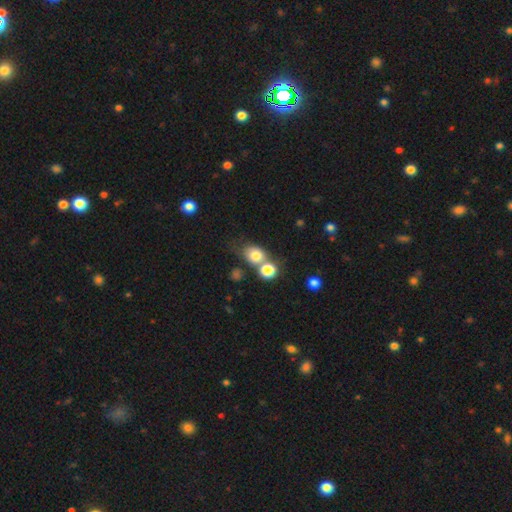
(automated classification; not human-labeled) Smooth or featured?
  - smooth: 77% *
  - featured or disk: 12%
  - star or artifact: 12%
How rounded?
  - round: 58% *
  - in between: 41%
  - cigar-shaped: 1%
Merging?
  - none: 41% *
  - merger: 39%
  - minor disturbance: 13%
  - major disturbance: 7%